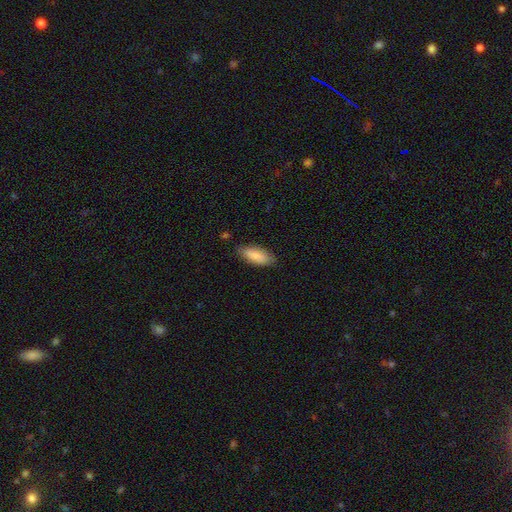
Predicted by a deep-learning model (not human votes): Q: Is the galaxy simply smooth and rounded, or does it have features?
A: smooth — 85%.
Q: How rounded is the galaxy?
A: in between — 78%.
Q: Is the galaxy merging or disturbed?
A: none — 82%.